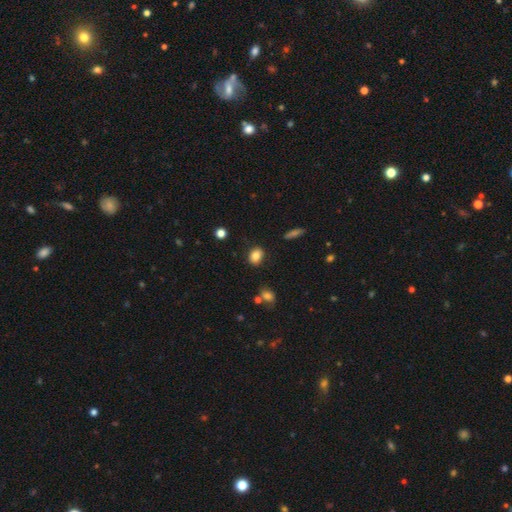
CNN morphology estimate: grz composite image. It shows a smooth galaxy with no disk features (84%) that is in between round and cigar-shaped (64%). Merging: none (86%).